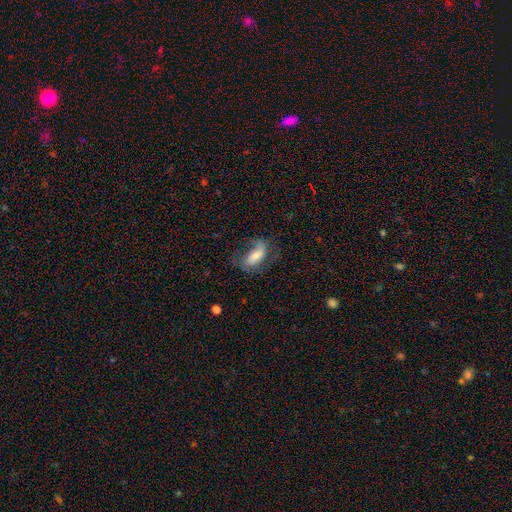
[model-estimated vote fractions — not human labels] Smooth or featured? featured or disk (48%)
Merging? none (53%)